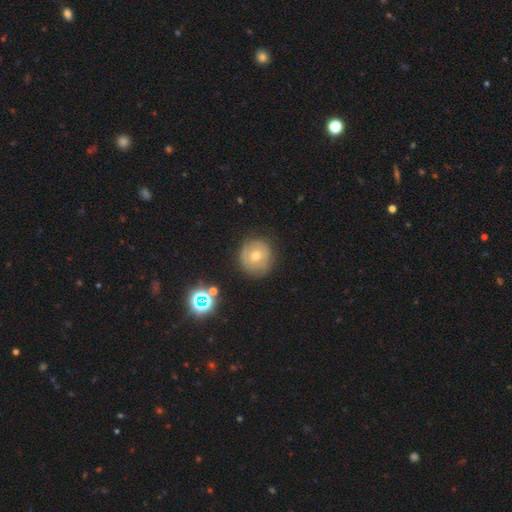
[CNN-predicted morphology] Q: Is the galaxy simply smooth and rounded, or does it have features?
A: smooth — 49%.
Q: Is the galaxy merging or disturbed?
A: none — 82%.